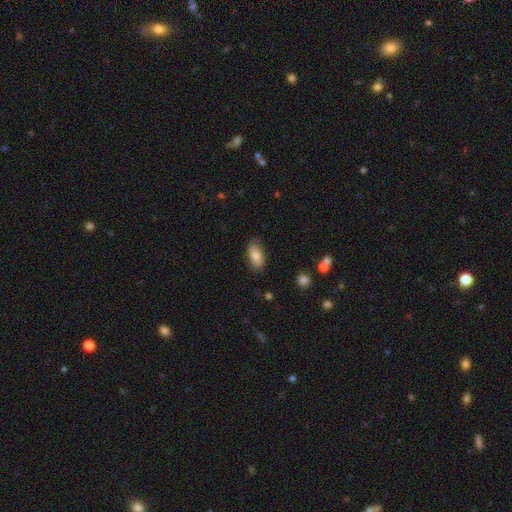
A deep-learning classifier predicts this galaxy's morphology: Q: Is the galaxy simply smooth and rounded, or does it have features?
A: smooth — 79%.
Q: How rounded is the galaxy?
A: in between — 91%.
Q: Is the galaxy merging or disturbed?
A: none — 80%.